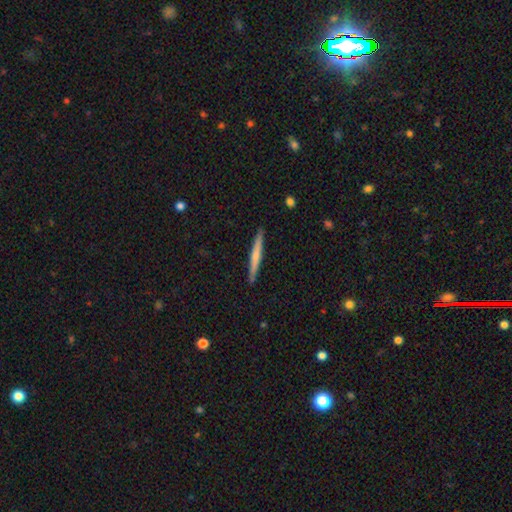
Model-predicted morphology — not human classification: Q: Smooth or featured?
A: smooth (52%); runner-up: featured or disk (42%)
Q: How rounded?
A: cigar-shaped (96%); runner-up: in between (2%)
Q: Merging?
A: none (91%); runner-up: minor disturbance (7%)